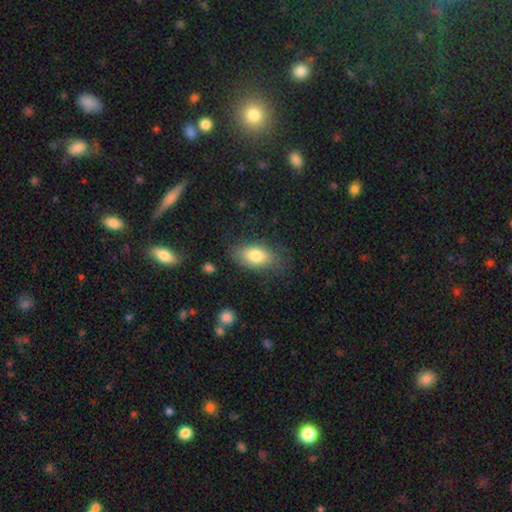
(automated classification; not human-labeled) Smooth or featured? Predicted: smooth (p=0.78). How rounded? Predicted: in between (p=0.90). Merging? Predicted: none (p=0.72).